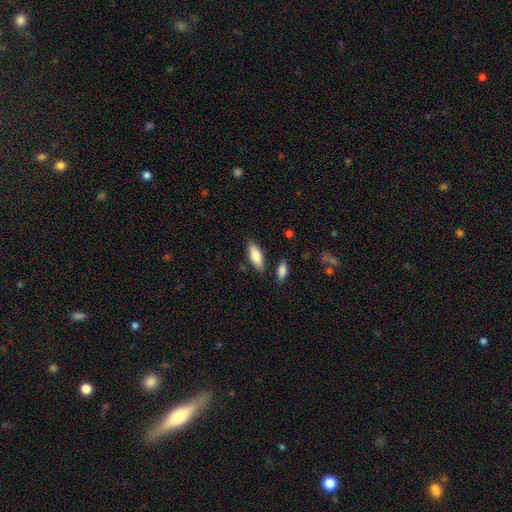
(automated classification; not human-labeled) Smooth or featured? smooth (81%)
How rounded? in between (74%)
Merging? none (81%)